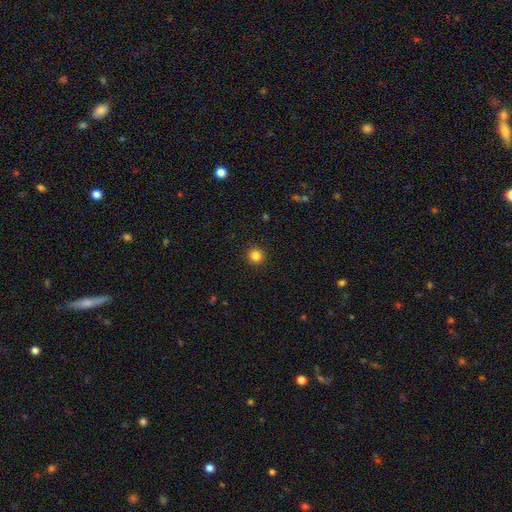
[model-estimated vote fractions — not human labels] A smooth galaxy with no disk features (83%) that is round (94%). Merging: none (93%).